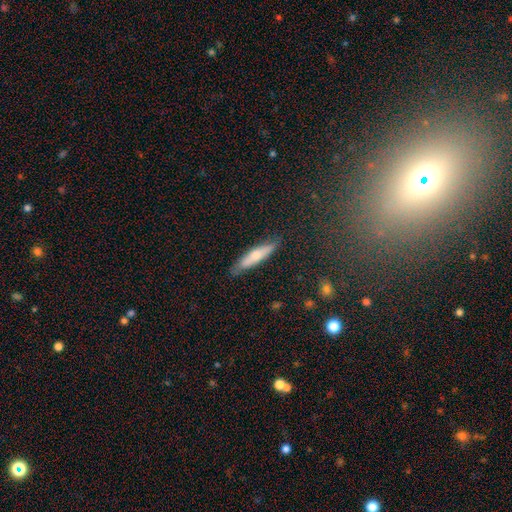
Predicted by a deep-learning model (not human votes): Smooth or featured? smooth (61%)
How rounded? cigar-shaped (84%)
Merging? none (82%)